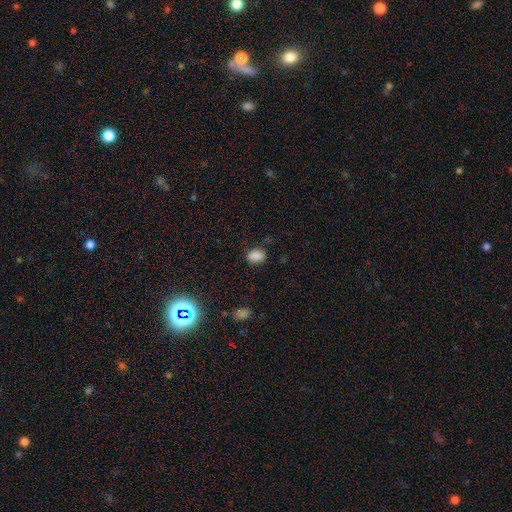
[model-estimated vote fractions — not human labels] A smooth galaxy with no disk features (84%) that is in between round and cigar-shaped (71%). Merging: none (75%).